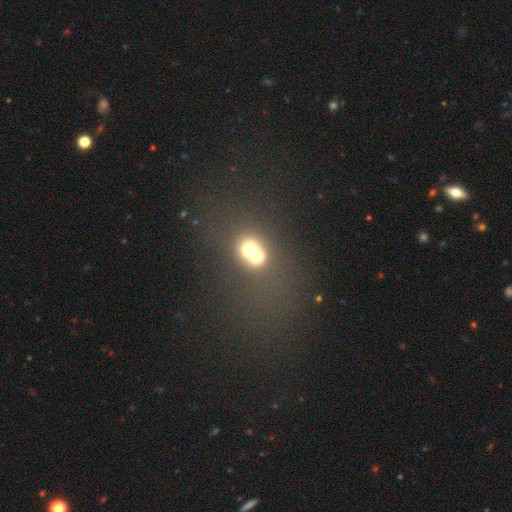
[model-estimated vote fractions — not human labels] Morphology: type=smooth (57%); roundness=round (52%); merging=merger (69%).